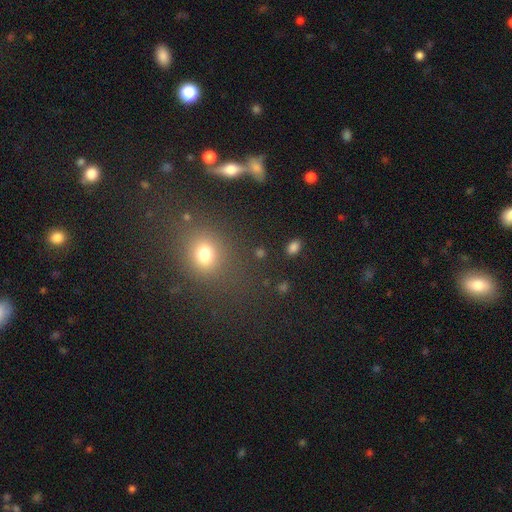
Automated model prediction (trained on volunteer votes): This appears to be a smooth galaxy with no disk features (61%) that is round (64%). Merging: none (77%).